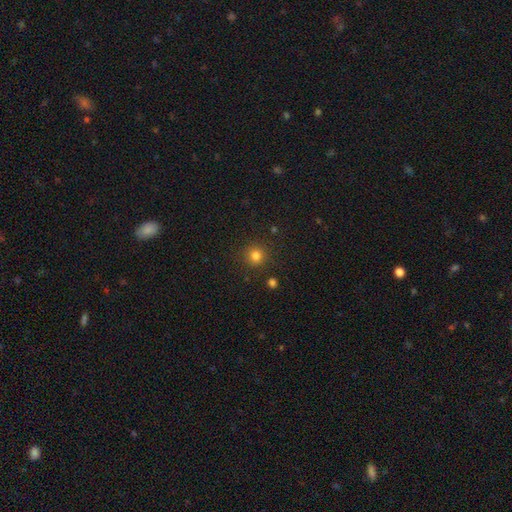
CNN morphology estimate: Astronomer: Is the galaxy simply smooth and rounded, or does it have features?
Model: smooth — 81%.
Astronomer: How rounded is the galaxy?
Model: round — 92%.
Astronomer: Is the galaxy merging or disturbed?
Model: none — 88%.